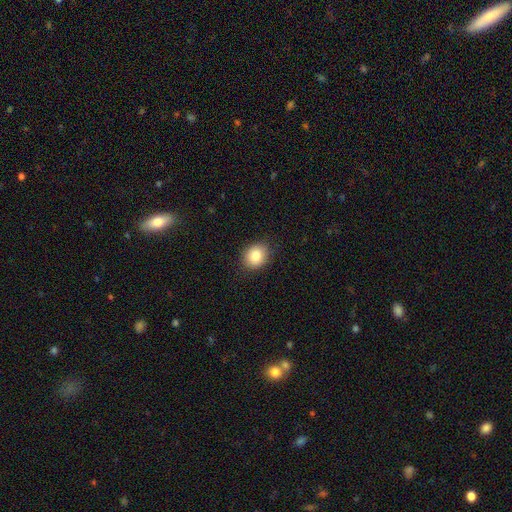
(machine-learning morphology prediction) Smooth or featured?
  - smooth: 82% *
  - star or artifact: 10%
  - featured or disk: 8%
How rounded?
  - round: 66% *
  - in between: 33%
  - cigar-shaped: 1%
Merging?
  - none: 87% *
  - minor disturbance: 9%
  - major disturbance: 2%
  - merger: 1%